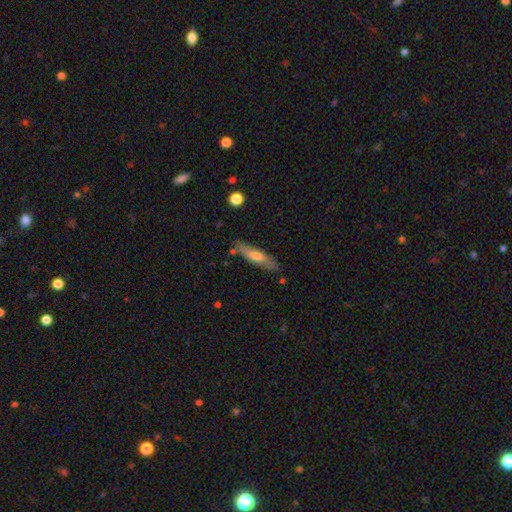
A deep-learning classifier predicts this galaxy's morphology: A smooth galaxy with no disk features (52%) that is cigar-shaped (76%).

Vote fractions:
- Smooth or featured? smooth: 52% / featured or disk: 42% / star or artifact: 6%
- How rounded? cigar-shaped: 76% / in between: 21% / round: 2%
- Merging? none: 80% / minor disturbance: 14% / major disturbance: 3% / merger: 3%